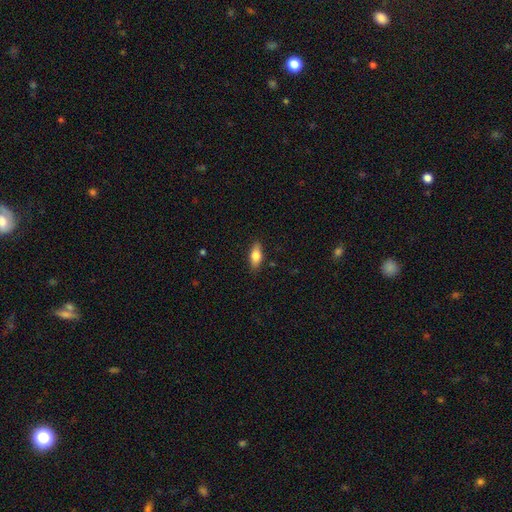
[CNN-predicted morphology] A smooth galaxy with no disk features (76%) that is in between round and cigar-shaped (77%).

Vote fractions:
- Smooth or featured? smooth: 76% / featured or disk: 18% / star or artifact: 7%
- How rounded? in between: 77% / cigar-shaped: 20% / round: 3%
- Merging? none: 85% / minor disturbance: 11% / major disturbance: 2% / merger: 1%